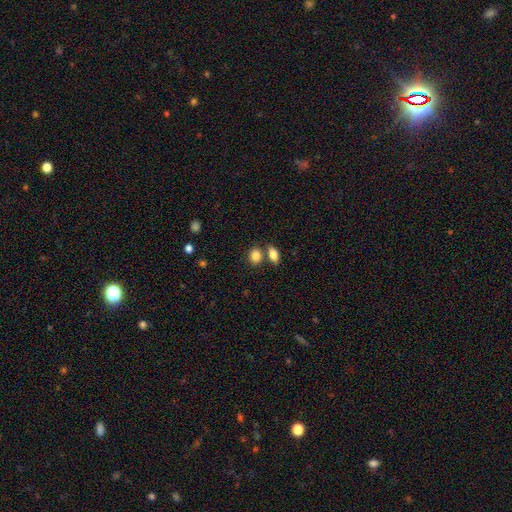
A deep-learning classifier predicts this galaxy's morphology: Smooth or featured? Predicted: smooth (p=0.85). How rounded? Predicted: in between (p=0.59). Merging? Predicted: none (p=0.61).